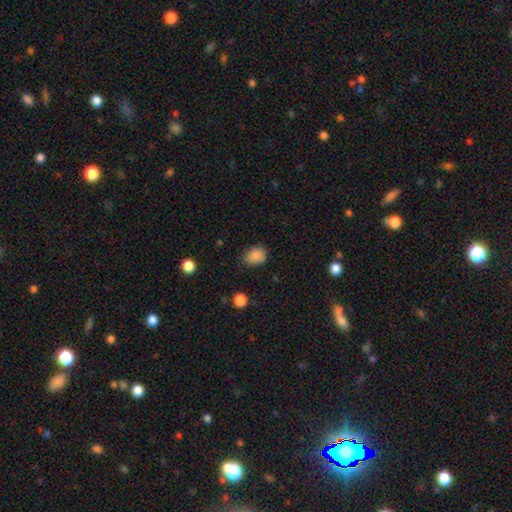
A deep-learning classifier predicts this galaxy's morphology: smooth_or_featured: smooth (p=0.86) [alt: star or artifact p=0.10]
how_rounded: in between (p=0.56) [alt: round p=0.43]
merging: none (p=0.72) [alt: minor disturbance p=0.22]